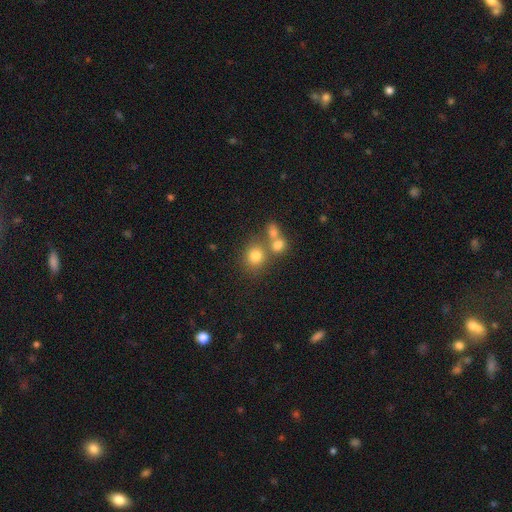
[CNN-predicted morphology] type=smooth (76%); roundness=round (83%); merging=none (57%).